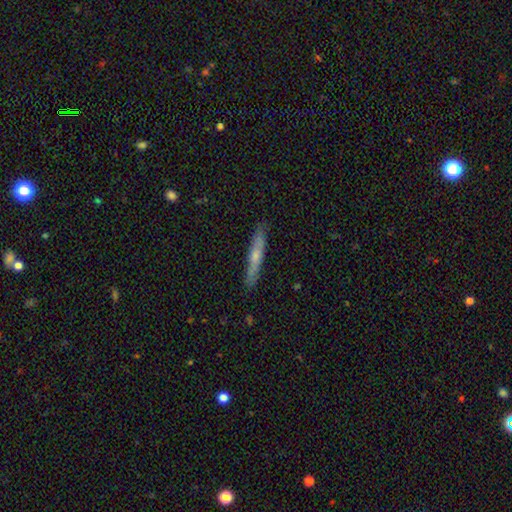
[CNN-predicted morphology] Overall: smooth (49%; featured or disk 46%). Merging: none (88%).